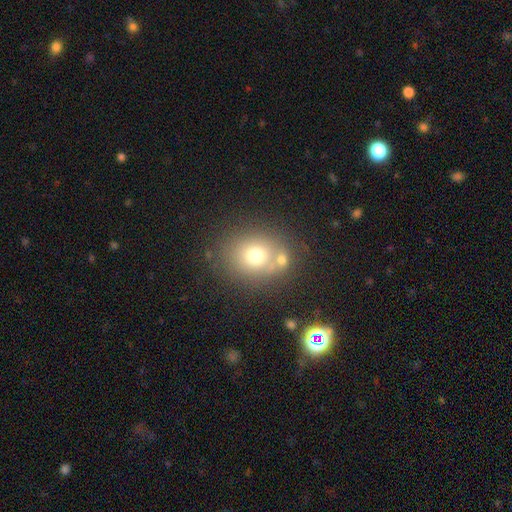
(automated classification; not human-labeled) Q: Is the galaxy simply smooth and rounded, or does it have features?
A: smooth — 70%.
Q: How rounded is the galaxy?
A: round — 62%.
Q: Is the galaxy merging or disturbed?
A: none — 61%.